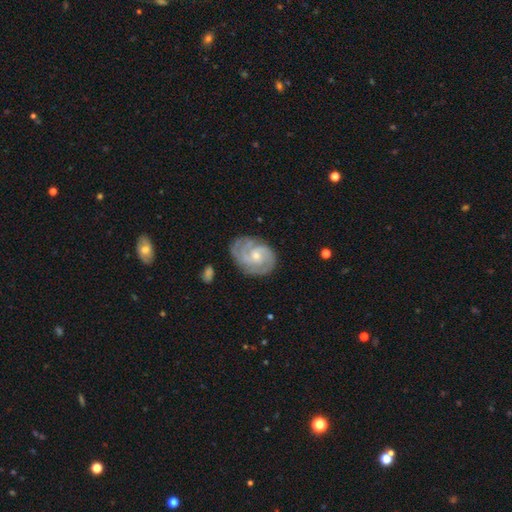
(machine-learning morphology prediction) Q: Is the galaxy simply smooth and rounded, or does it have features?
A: featured or disk — 84%.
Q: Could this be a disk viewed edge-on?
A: no — 98%.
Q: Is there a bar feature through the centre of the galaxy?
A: no — 63%.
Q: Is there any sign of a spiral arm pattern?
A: yes — 96%.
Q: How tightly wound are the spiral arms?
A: tight — 56%.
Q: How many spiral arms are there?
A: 2 — 32%.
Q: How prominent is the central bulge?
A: small — 59%.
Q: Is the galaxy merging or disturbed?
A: none — 70%.